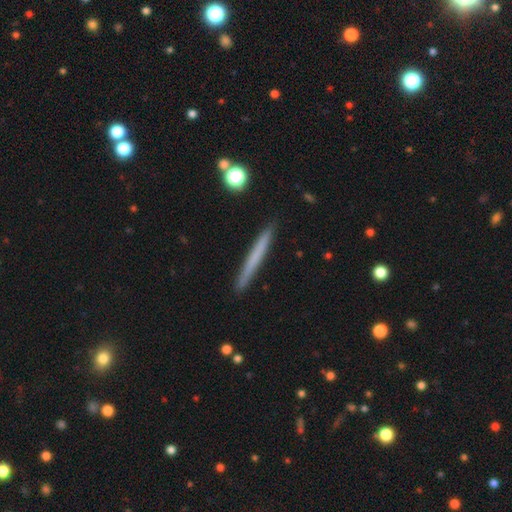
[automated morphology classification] Smooth or featured? Predicted: smooth (p=0.60). How rounded? Predicted: cigar-shaped (p=0.97). Merging? Predicted: none (p=0.91).